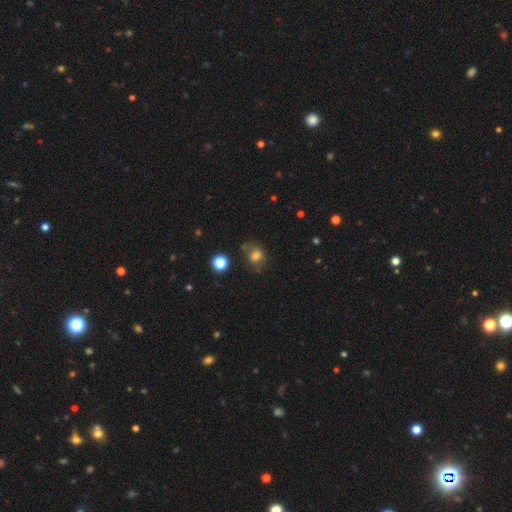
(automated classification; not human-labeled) smooth 73%, star or artifact 15%, featured or disk 12%. Down the decision tree: how rounded — round (70%); merging — none (63%).